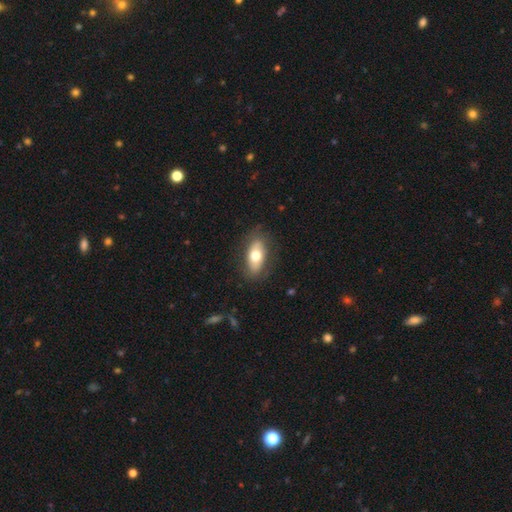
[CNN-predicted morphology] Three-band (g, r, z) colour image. It shows a smooth galaxy with no disk features (63%) that is in between round and cigar-shaped (87%). Merging: none (80%).